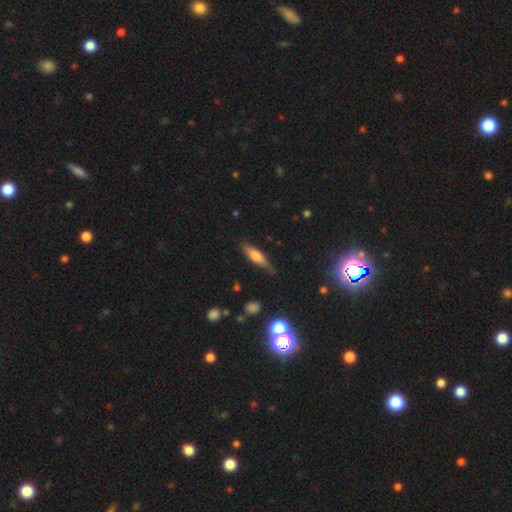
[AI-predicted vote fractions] Morphology: type=smooth (58%); roundness=cigar-shaped (65%); merging=none (73%).